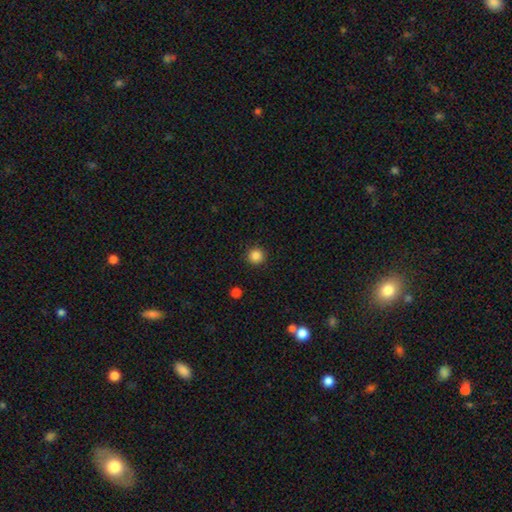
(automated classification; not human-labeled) smooth-or-featured: smooth: 85% | star or artifact: 11% | featured or disk: 3%
  how-rounded: round: 95% | in between: 4% | cigar-shaped: 1%
  merging: none: 92% | minor disturbance: 5% | major disturbance: 2% | merger: 1%